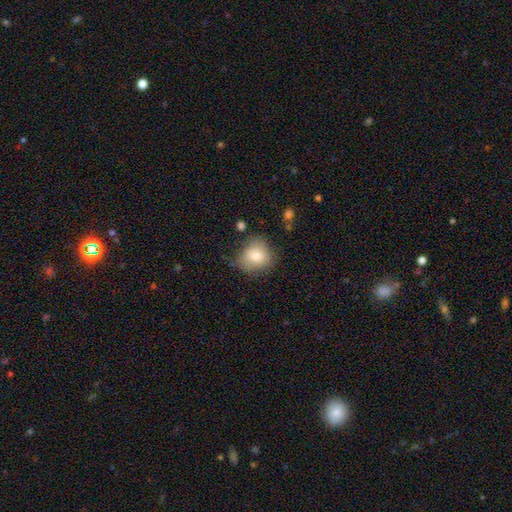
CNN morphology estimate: This appears to be a smooth galaxy with no disk features (80%) that is round (70%). Merging: none (65%).